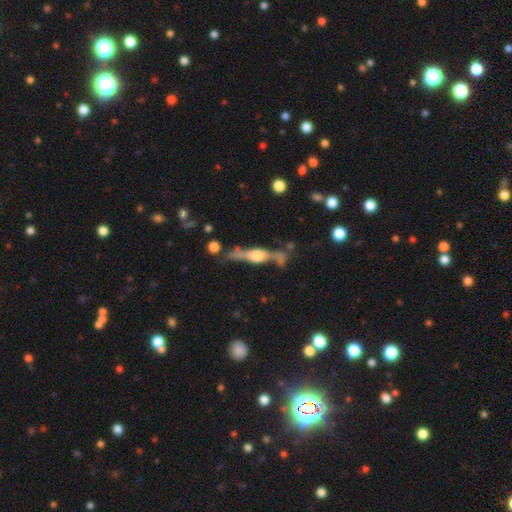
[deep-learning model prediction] The model was most divided on "merging": none: 58%, minor disturbance: 20%, merger: 12%, major disturbance: 10%. More confident: edge-on disk — yes (90%); edge-on bulge — rounded (83%); smooth or featured — featured or disk (72%).